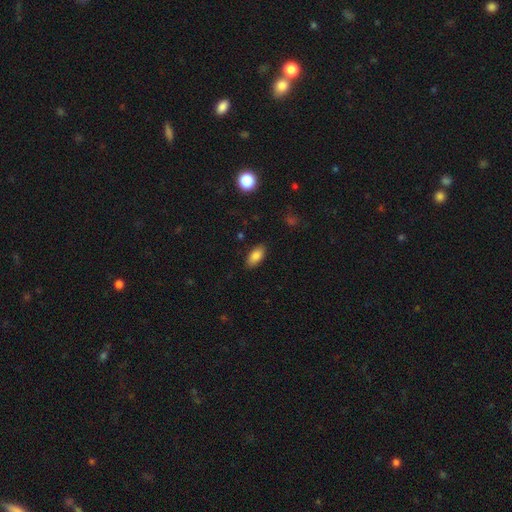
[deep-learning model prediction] The model was most divided on "merging": none: 86%, minor disturbance: 10%, major disturbance: 2%, merger: 1%. More confident: how rounded — in between (91%); smooth or featured — smooth (85%).